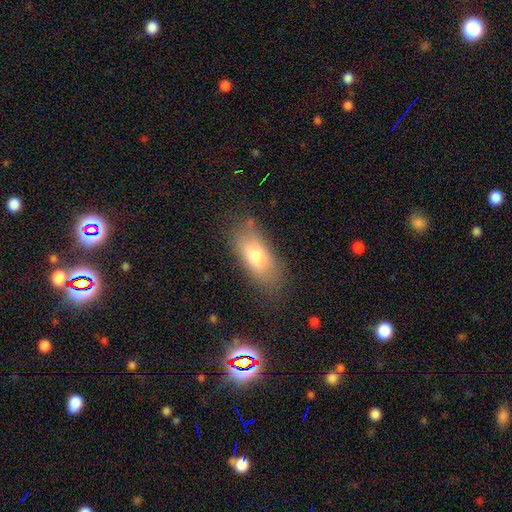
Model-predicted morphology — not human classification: smooth-or-featured: smooth: 73% | featured or disk: 18% | star or artifact: 9%
  how-rounded: in between: 82% | cigar-shaped: 13% | round: 4%
  merging: none: 72% | minor disturbance: 18% | major disturbance: 7% | merger: 2%